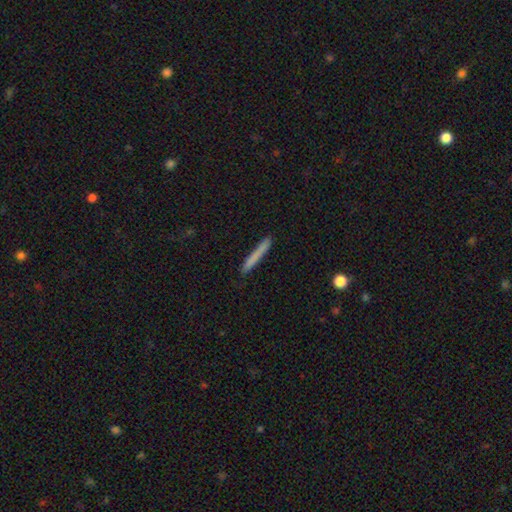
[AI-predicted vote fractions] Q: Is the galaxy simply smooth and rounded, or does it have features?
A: smooth — 74%.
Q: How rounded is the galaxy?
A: cigar-shaped — 97%.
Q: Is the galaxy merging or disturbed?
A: none — 89%.